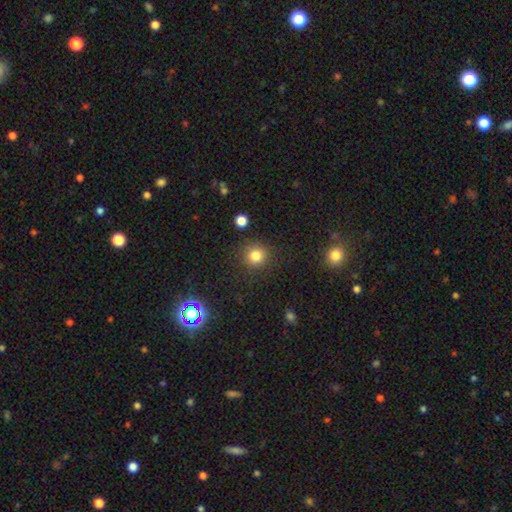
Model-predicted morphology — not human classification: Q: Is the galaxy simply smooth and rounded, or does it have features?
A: smooth — 81%.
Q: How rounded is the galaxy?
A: round — 92%.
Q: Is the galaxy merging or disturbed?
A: none — 87%.